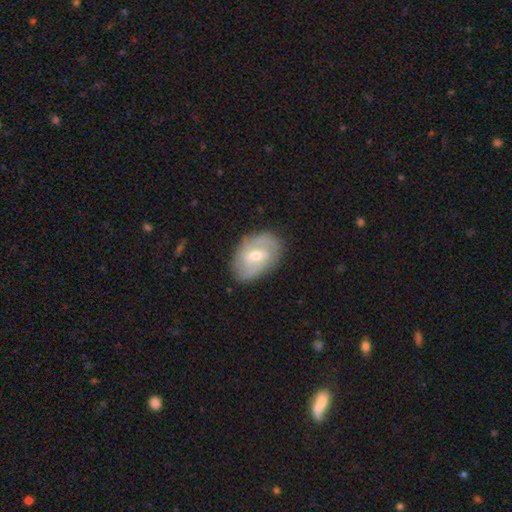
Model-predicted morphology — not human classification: Smooth or featured: featured or disk — 68% (smooth — 26%)
Edge-on disk: no — 95% (yes — 5%)
Bar: weak — 55% (no — 28%)
Spiral arms: yes — 83% (no — 17%)
Spiral winding: tight — 43% (medium — 40%)
Spiral arm count: 2 — 57% (can't tell — 24%)
Bulge size: moderate — 58% (small — 38%)
Merging: none — 79% (minor disturbance — 15%)